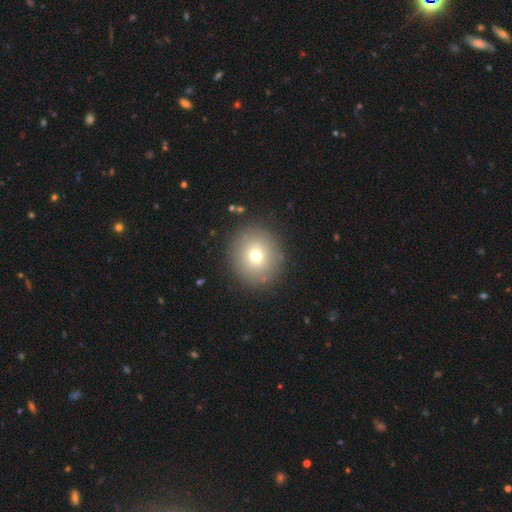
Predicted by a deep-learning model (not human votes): smooth_or_featured: smooth (p=0.72) [alt: featured or disk p=0.16]
how_rounded: round (p=0.87) [alt: in between p=0.12]
merging: none (p=0.88) [alt: minor disturbance p=0.07]